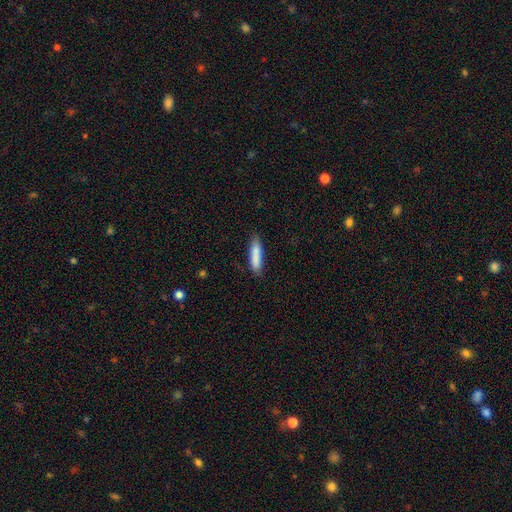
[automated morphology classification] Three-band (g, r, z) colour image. It shows a smooth galaxy with no disk features (84%) that is cigar-shaped (73%). Merging: none (78%).